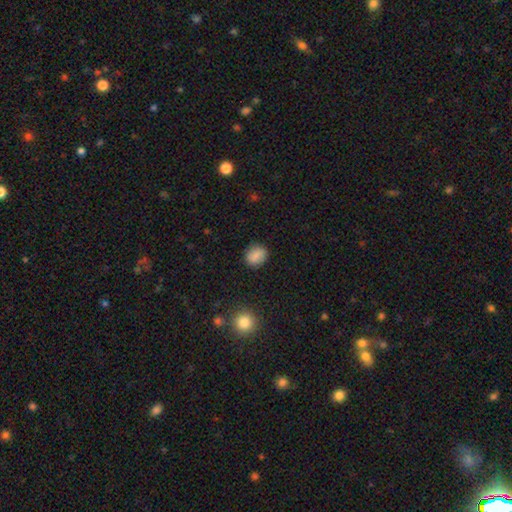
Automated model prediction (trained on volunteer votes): A smooth galaxy with no disk features (86%) that is round (60%).

Vote fractions:
- Smooth or featured? smooth: 86% / star or artifact: 9% / featured or disk: 5%
- How rounded? round: 60% / in between: 38% / cigar-shaped: 1%
- Merging? none: 85% / minor disturbance: 11% / major disturbance: 3% / merger: 1%